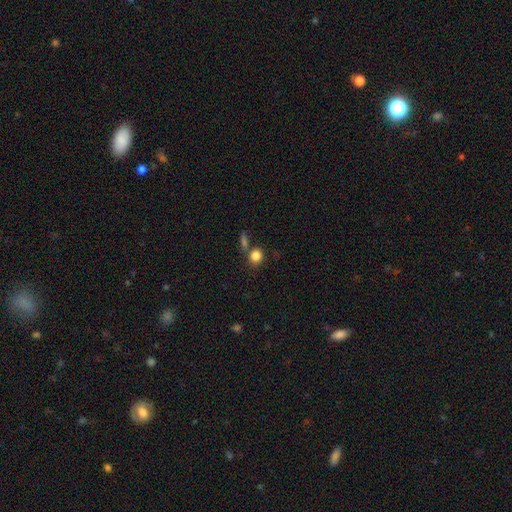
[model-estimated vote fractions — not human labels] Overall: smooth (83%). How rounded: round (79%). Merging: none (65%).